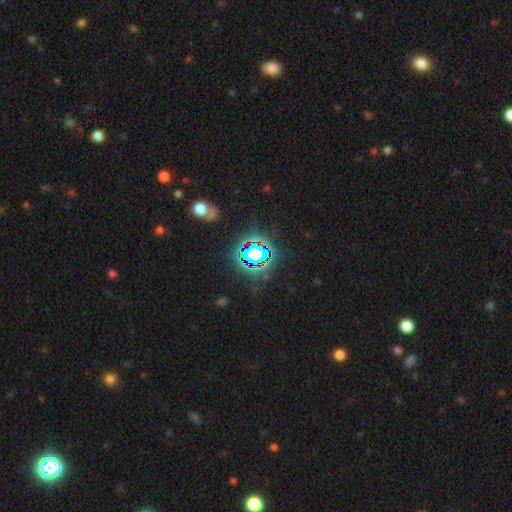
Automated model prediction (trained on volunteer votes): A star or artifact, not a galaxy (67%).

Vote fractions:
- Smooth or featured? star or artifact: 67% / smooth: 19% / featured or disk: 14%